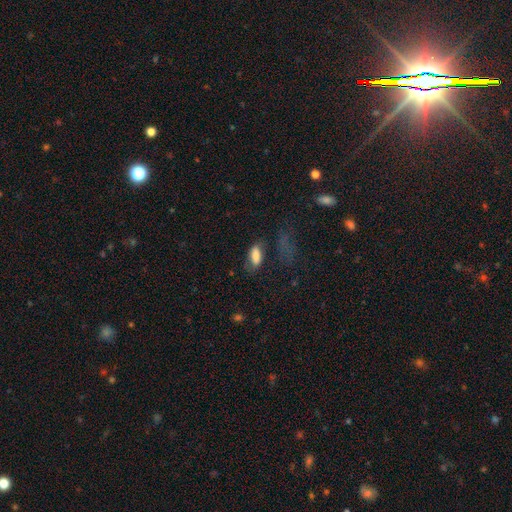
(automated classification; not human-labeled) Morphology: type=smooth (80%); roundness=in between (83%); merging=none (55%).